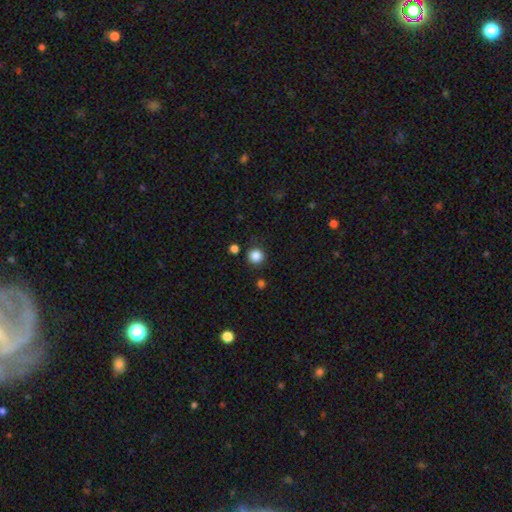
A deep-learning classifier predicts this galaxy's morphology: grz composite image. It shows a smooth galaxy with no disk features (85%) that is round (94%). Merging: none (88%).